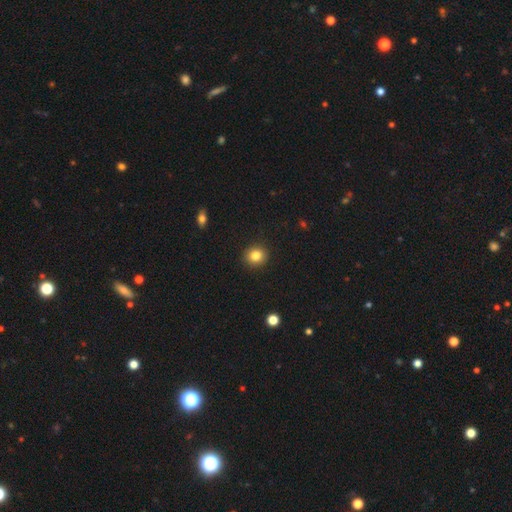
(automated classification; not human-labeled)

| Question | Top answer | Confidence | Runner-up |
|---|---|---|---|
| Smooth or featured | smooth | 84% | star or artifact (10%) |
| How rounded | round | 82% | in between (18%) |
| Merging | none | 91% | minor disturbance (6%) |